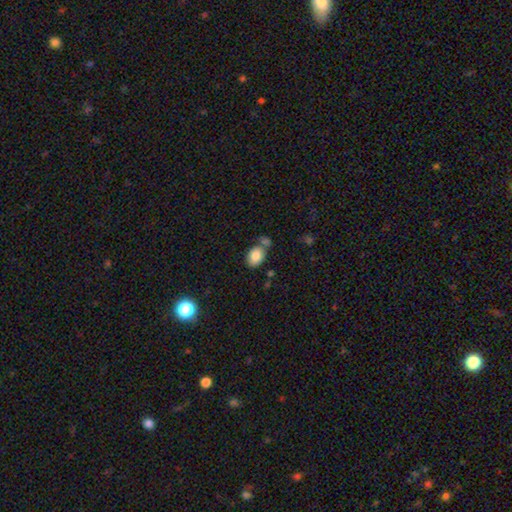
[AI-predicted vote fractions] Smooth or featured? Predicted: smooth (p=0.85). How rounded? Predicted: in between (p=0.74). Merging? Predicted: none (p=0.56).